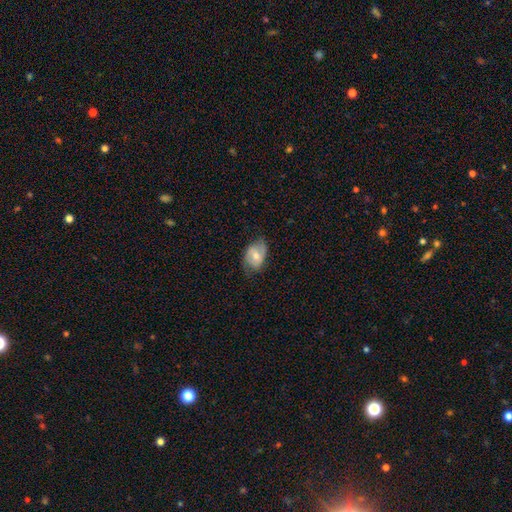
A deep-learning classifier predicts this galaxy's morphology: smooth-or-featured: featured or disk: 47% | smooth: 46% | star or artifact: 7%
  merging: none: 65% | minor disturbance: 26% | major disturbance: 8% | merger: 1%